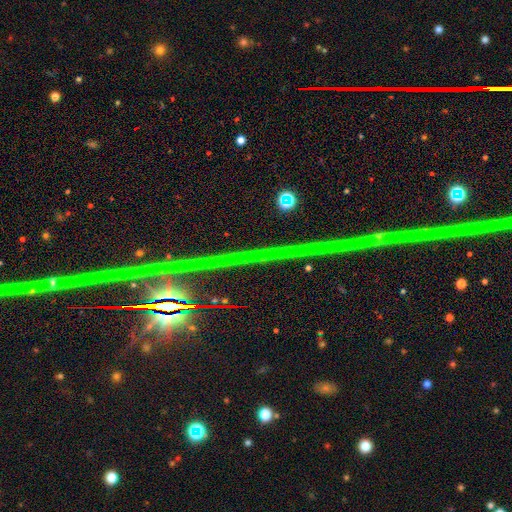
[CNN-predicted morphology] Smooth or featured? star or artifact (85%)